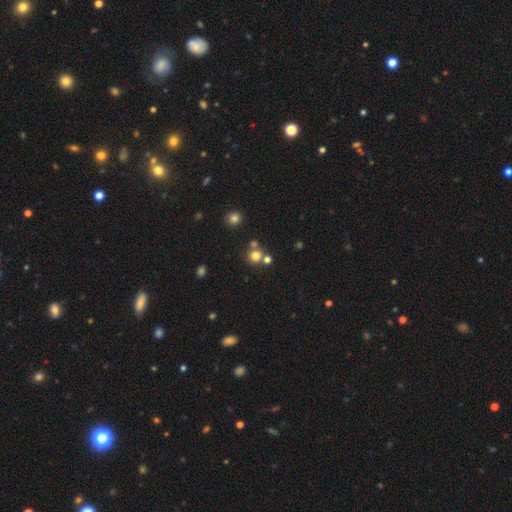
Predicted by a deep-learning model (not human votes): Q: Smooth or featured?
A: smooth (74%); runner-up: star or artifact (17%)
Q: How rounded?
A: round (90%); runner-up: in between (9%)
Q: Merging?
A: none (64%); runner-up: merger (26%)